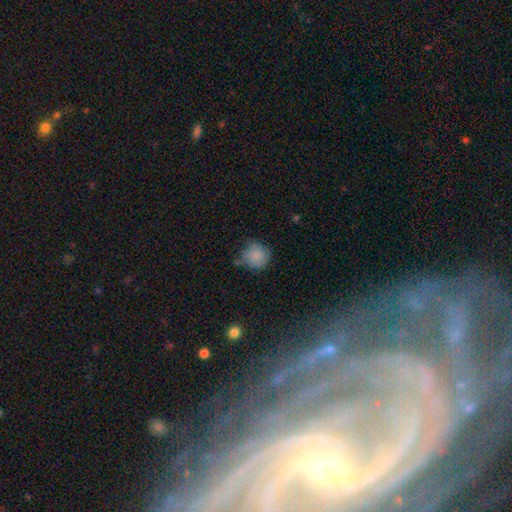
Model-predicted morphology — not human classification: Smooth or featured? Predicted: smooth (p=0.82). How rounded? Predicted: round (p=0.87). Merging? Predicted: none (p=0.56).